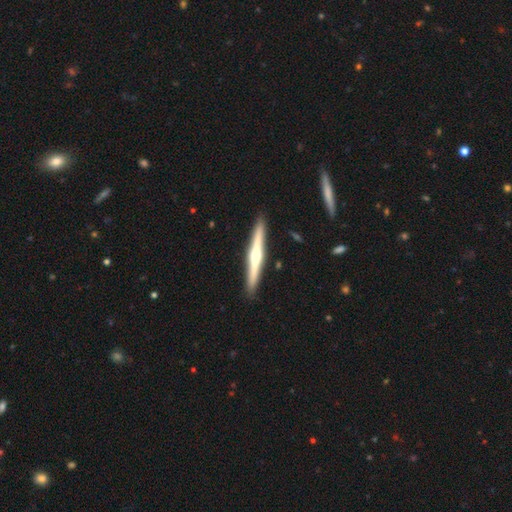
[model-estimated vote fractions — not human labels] Smooth or featured? Predicted: featured or disk (p=0.71). Edge-on disk? Predicted: yes (p=0.98). Edge-on bulge? Predicted: rounded (p=0.89). Merging? Predicted: none (p=0.92).